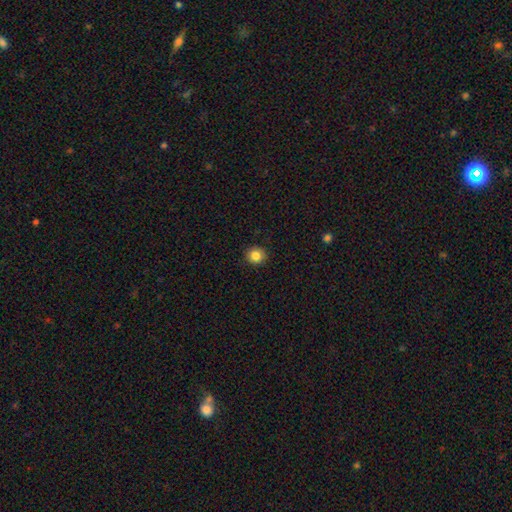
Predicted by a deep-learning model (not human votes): This is clearly a smooth galaxy (84%). How rounded: clearly round (89%). Merging: clearly none (91%).